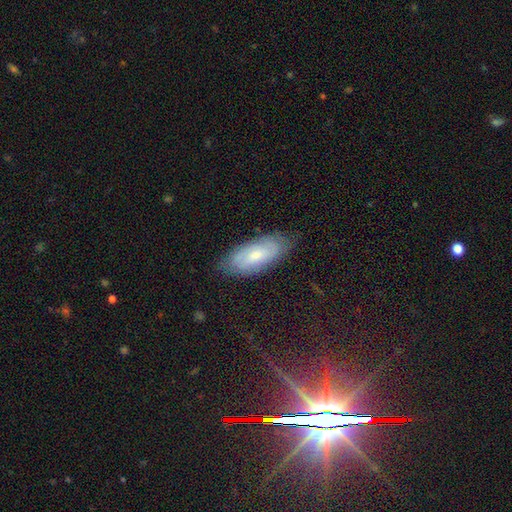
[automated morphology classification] Smooth or featured? Predicted: featured or disk (p=0.47). Merging? Predicted: none (p=0.76).